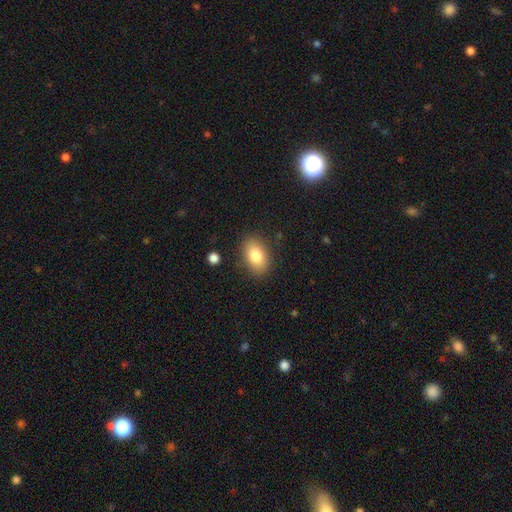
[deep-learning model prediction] Smooth or featured?
  - smooth: 82% *
  - featured or disk: 10%
  - star or artifact: 8%
How rounded?
  - in between: 85% *
  - round: 13%
  - cigar-shaped: 1%
Merging?
  - none: 84% *
  - minor disturbance: 11%
  - major disturbance: 3%
  - merger: 2%